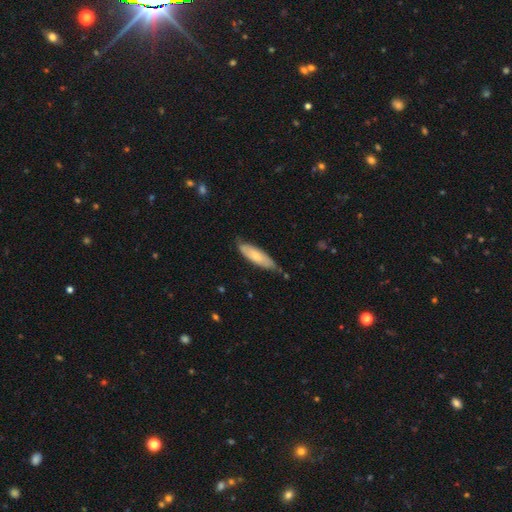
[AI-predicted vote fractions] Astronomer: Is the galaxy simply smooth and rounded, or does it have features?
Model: smooth — 67%.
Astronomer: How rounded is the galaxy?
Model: cigar-shaped — 53% (runner-up: in between, 45%).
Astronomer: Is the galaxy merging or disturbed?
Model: none — 66%.